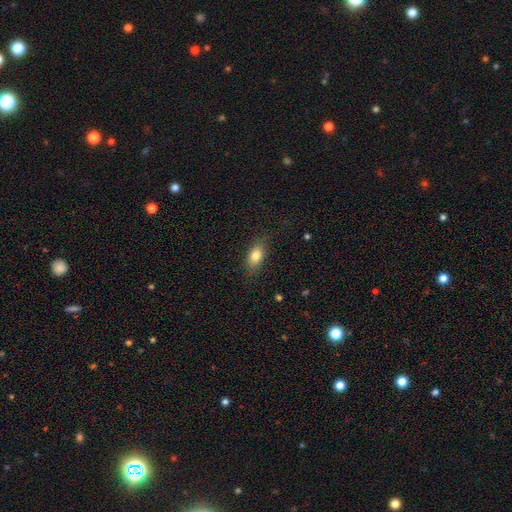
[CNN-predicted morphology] Smooth or featured? smooth (78%)
How rounded? in between (82%)
Merging? none (82%)